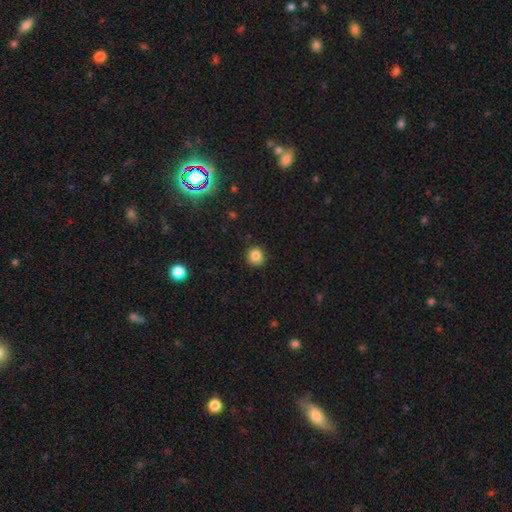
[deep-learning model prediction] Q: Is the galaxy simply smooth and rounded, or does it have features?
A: smooth — 84%.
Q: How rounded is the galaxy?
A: round — 89%.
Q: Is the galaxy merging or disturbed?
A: none — 89%.